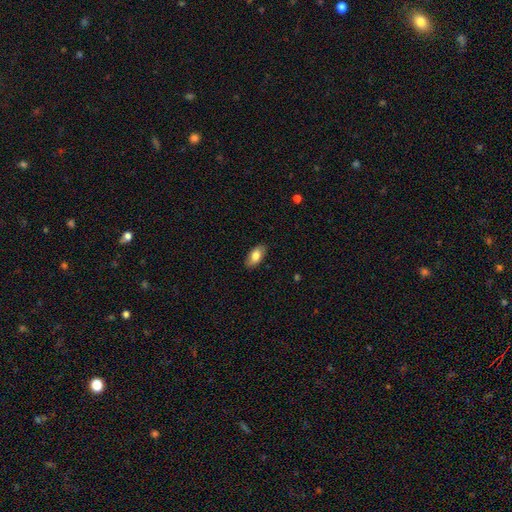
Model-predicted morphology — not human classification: smooth-or-featured: smooth: 79% | featured or disk: 15% | star or artifact: 6%
  how-rounded: in between: 92% | cigar-shaped: 5% | round: 3%
  merging: none: 86% | minor disturbance: 11% | major disturbance: 2% | merger: 1%